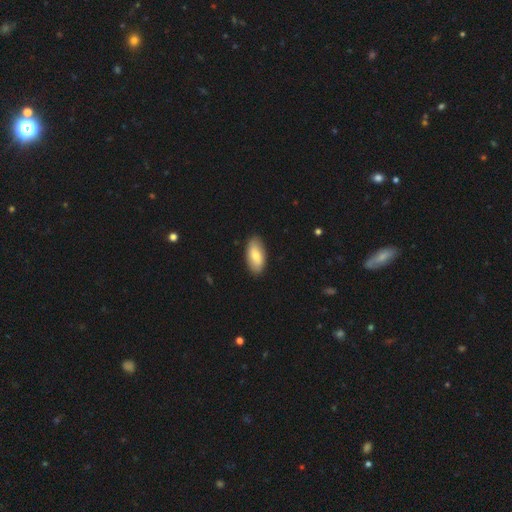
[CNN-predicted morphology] This appears to be a smooth galaxy with no disk features (74%) that is in between round and cigar-shaped (92%). Merging: none (87%).